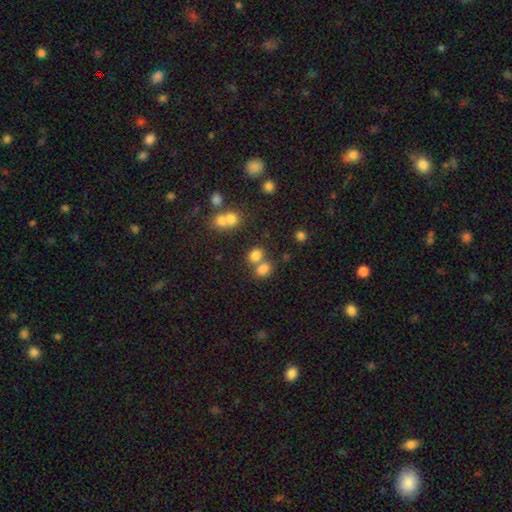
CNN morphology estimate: type=smooth (76%); roundness=in between (50%); merging=none (48%).